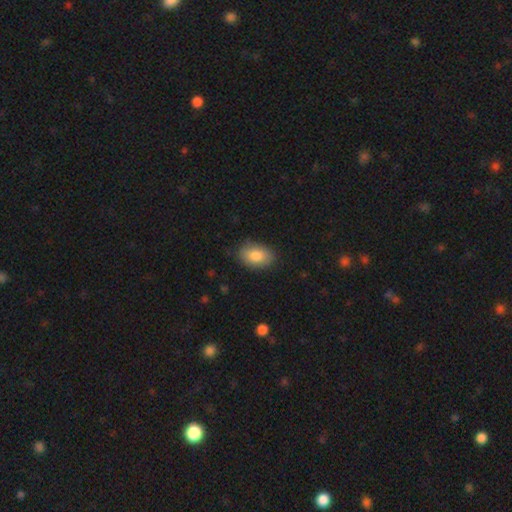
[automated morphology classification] Smooth or featured?
  - smooth: 84% *
  - featured or disk: 9%
  - star or artifact: 7%
How rounded?
  - in between: 88% *
  - round: 11%
  - cigar-shaped: 1%
Merging?
  - none: 81% *
  - minor disturbance: 15%
  - major disturbance: 3%
  - merger: 1%